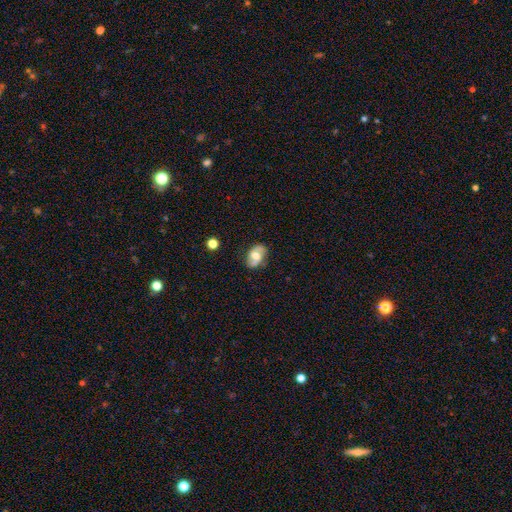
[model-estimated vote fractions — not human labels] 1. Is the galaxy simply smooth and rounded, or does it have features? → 55% featured or disk, 37% smooth, 8% star or artifact.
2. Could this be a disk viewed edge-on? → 95% no, 5% yes.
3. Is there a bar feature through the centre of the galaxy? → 52% no, 36% weak, 12% strong.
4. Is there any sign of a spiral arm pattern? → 79% yes, 21% no.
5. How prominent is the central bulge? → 58% moderate, 26% large, 11% small, 3% none, 2% dominant.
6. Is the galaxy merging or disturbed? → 75% none, 18% minor disturbance, 5% major disturbance, 2% merger.